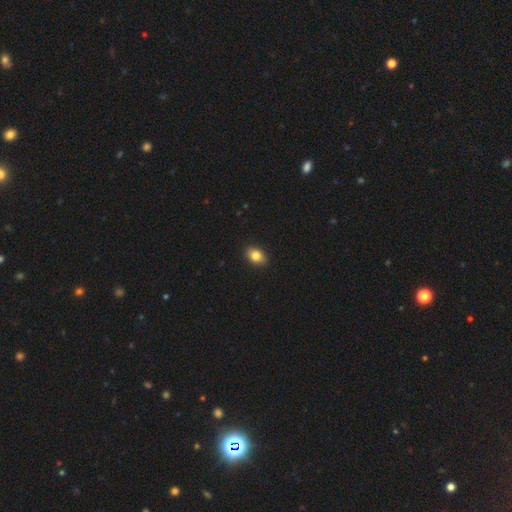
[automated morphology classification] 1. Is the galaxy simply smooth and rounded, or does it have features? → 84% smooth, 9% star or artifact, 7% featured or disk.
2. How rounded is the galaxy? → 77% in between, 21% round, 1% cigar-shaped.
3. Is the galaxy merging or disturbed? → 90% none, 7% minor disturbance, 2% major disturbance, 1% merger.